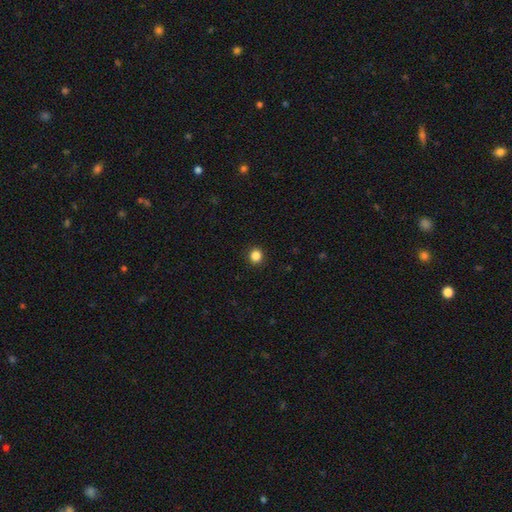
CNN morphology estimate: Overall: smooth (86%). How rounded: round (91%). Merging: none (92%).